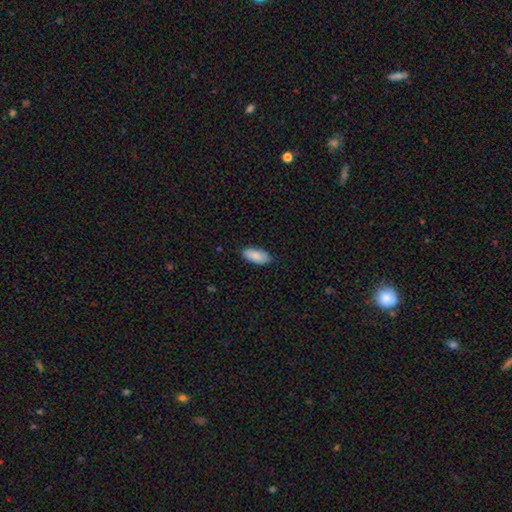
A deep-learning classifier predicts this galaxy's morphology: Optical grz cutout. It shows a smooth galaxy with no disk features (88%) that is in between round and cigar-shaped (91%). Merging: none (85%).